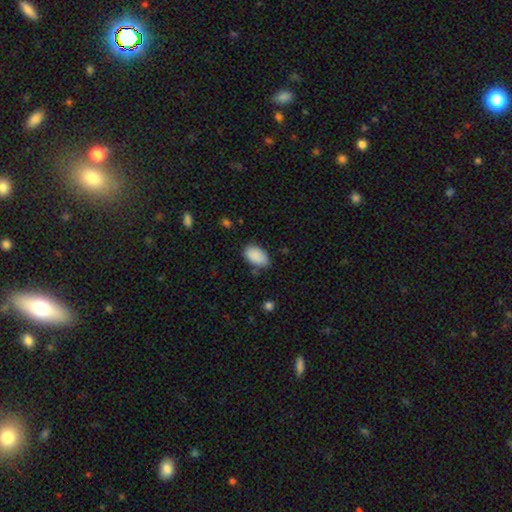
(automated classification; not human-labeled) Smooth or featured? smooth (90%)
How rounded? in between (93%)
Merging? none (77%)